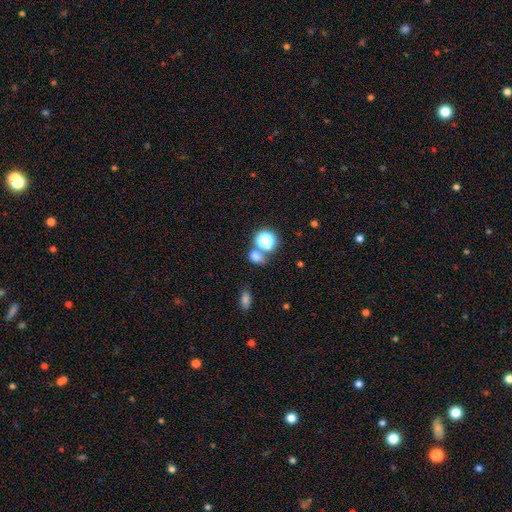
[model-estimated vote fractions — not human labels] Morphology: type=smooth (67%); roundness=round (55%); merging=none (57%).